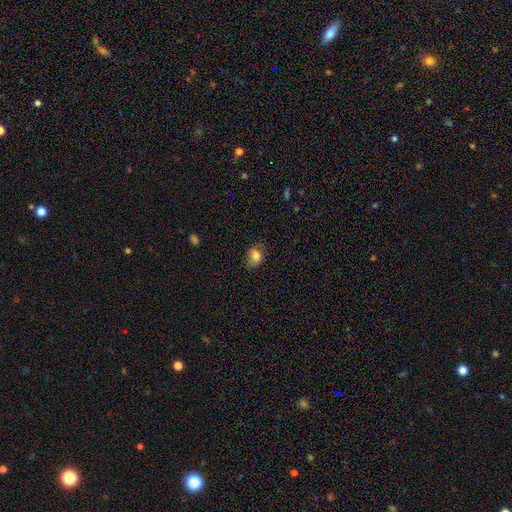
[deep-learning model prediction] The model was most divided on "how rounded": in between: 63%, round: 36%, cigar-shaped: 1%. More confident: smooth or featured — smooth (80%); merging — none (70%).